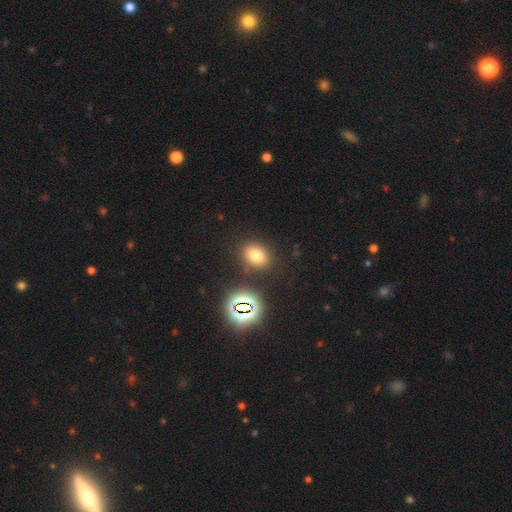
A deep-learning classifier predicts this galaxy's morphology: Smooth or featured: smooth — 70% (star or artifact — 21%)
How rounded: in between — 52% (round — 47%)
Merging: none — 81% (minor disturbance — 10%)